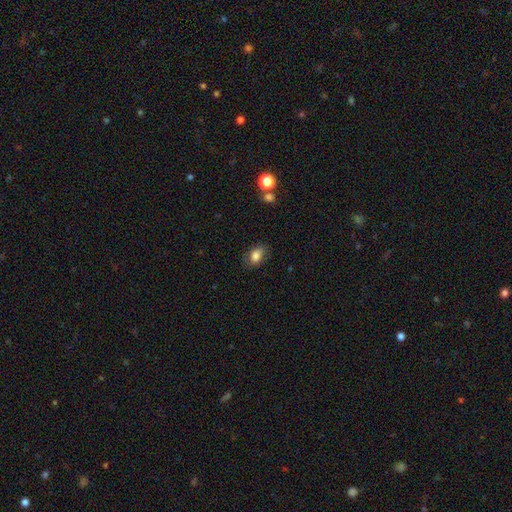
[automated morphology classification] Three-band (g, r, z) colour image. It shows a smooth galaxy with no disk features (80%) that is in between round and cigar-shaped (84%). Merging: none (74%).